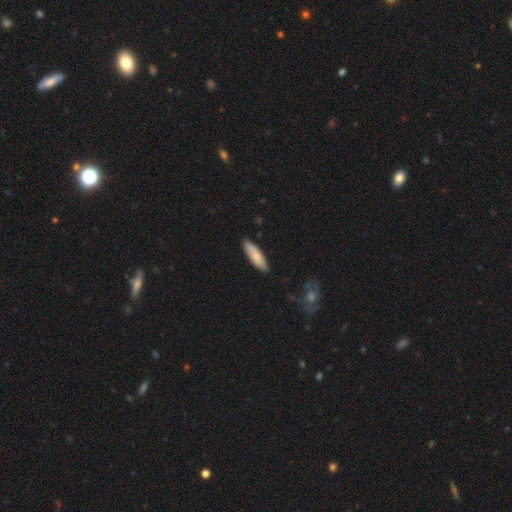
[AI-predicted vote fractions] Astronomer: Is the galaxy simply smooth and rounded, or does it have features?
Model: smooth — 77%.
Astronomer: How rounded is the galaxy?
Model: cigar-shaped — 57% (runner-up: in between, 41%).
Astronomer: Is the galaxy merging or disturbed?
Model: none — 86%.